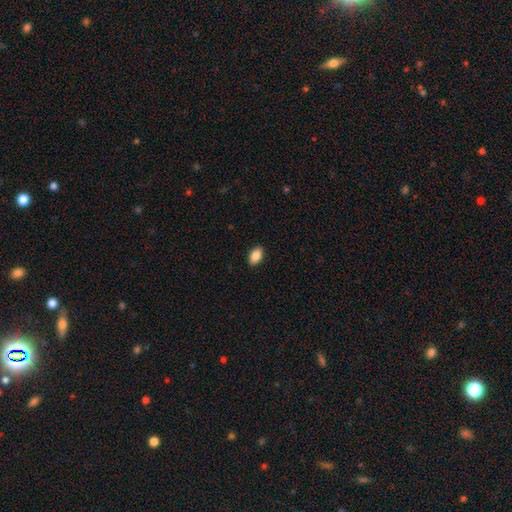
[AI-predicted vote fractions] Smooth or featured?
  - smooth: 88% *
  - star or artifact: 7%
  - featured or disk: 5%
How rounded?
  - in between: 92% *
  - round: 6%
  - cigar-shaped: 2%
Merging?
  - none: 90% *
  - minor disturbance: 7%
  - major disturbance: 2%
  - merger: 1%